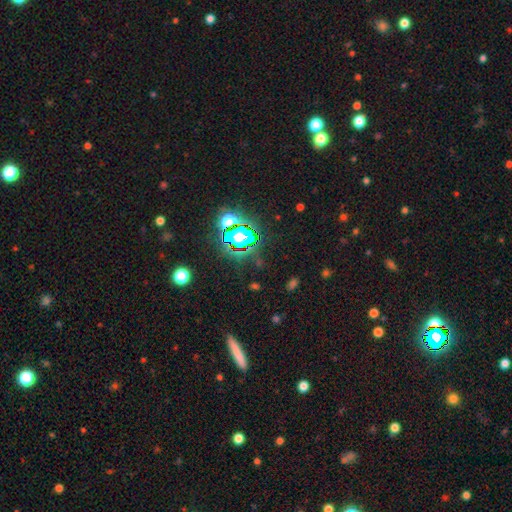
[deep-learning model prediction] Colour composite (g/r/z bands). It shows a star or artifact, not a galaxy (77%).